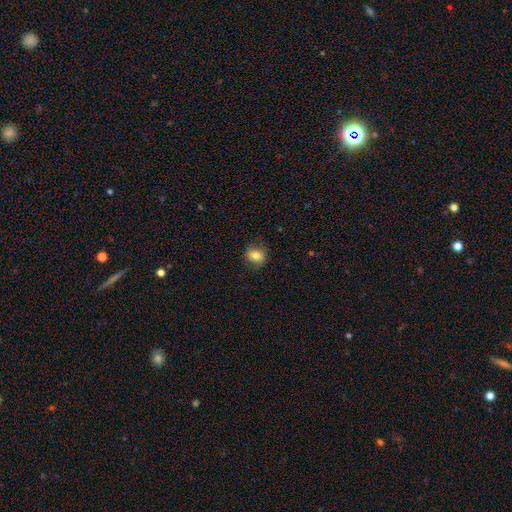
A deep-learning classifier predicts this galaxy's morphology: A smooth galaxy with no disk features (79%) that is round (54%). Merging: none (82%).